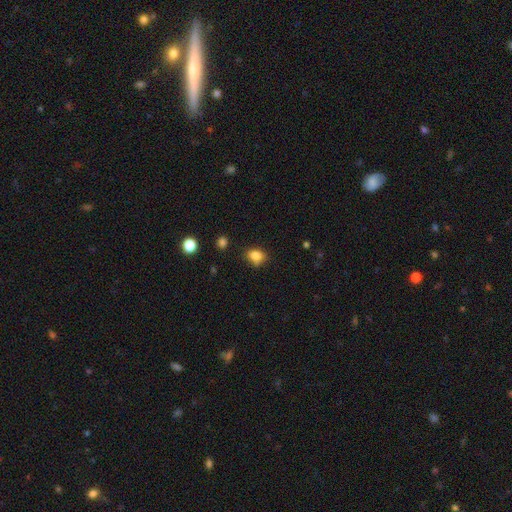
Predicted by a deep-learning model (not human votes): A smooth galaxy with no disk features (84%) that is in between round and cigar-shaped (61%). Merging: none (70%).